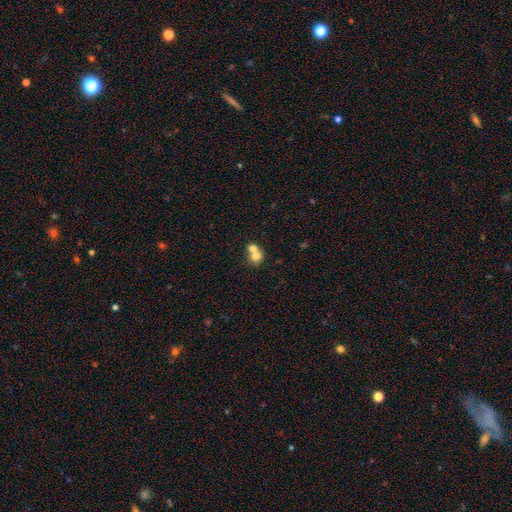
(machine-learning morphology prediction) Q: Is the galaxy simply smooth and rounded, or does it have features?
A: smooth — 71%.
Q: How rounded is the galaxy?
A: round — 74%.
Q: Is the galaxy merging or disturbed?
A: merger — 65%.